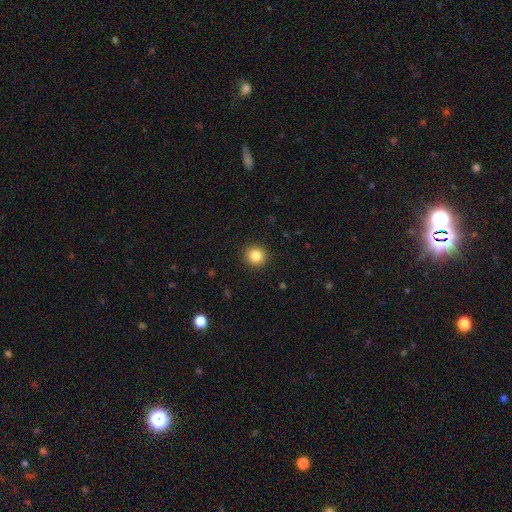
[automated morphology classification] smooth-or-featured: smooth: 84% | star or artifact: 11% | featured or disk: 6%
  how-rounded: round: 93% | in between: 6% | cigar-shaped: 1%
  merging: none: 92% | minor disturbance: 5% | major disturbance: 2% | merger: 1%